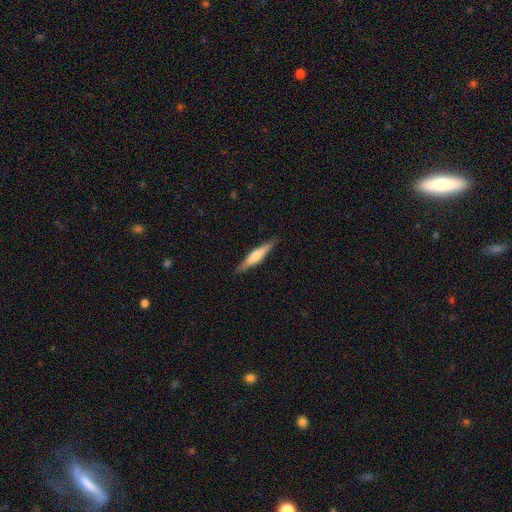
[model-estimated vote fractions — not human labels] Smooth or featured? Predicted: featured or disk (p=0.52). Edge-on disk? Predicted: yes (p=0.96). Merging? Predicted: none (p=0.89).